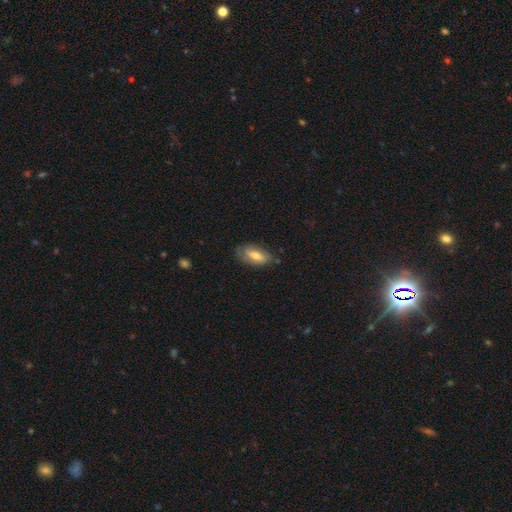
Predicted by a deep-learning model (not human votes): A smooth galaxy with no disk features (56%) that is in between round and cigar-shaped (84%). Merging: none (70%).